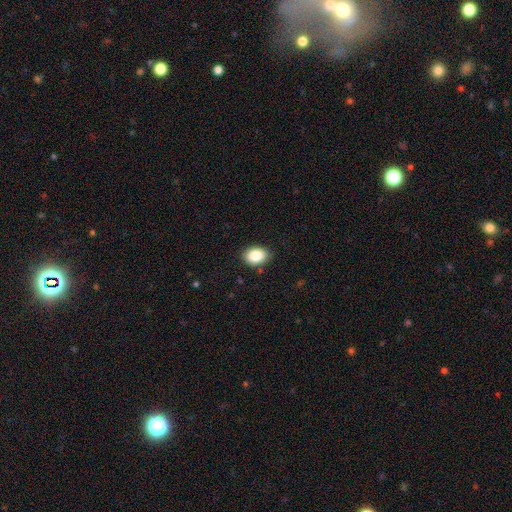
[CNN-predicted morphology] Q: Smooth or featured?
A: smooth (88%); runner-up: star or artifact (8%)
Q: How rounded?
A: in between (80%); runner-up: round (19%)
Q: Merging?
A: none (86%); runner-up: minor disturbance (11%)